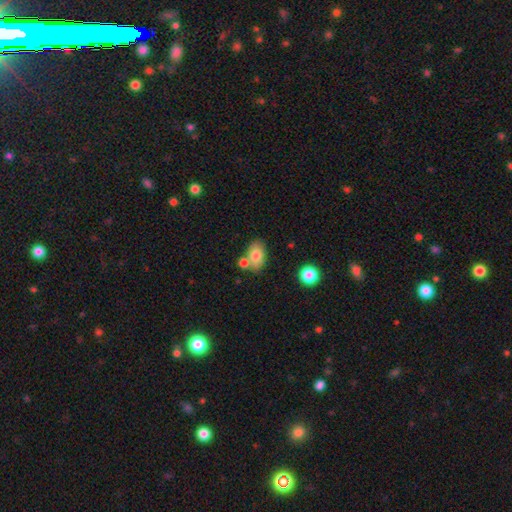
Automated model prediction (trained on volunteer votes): Overall: smooth (78%). How rounded: in between (83%). Merging: none (65%).